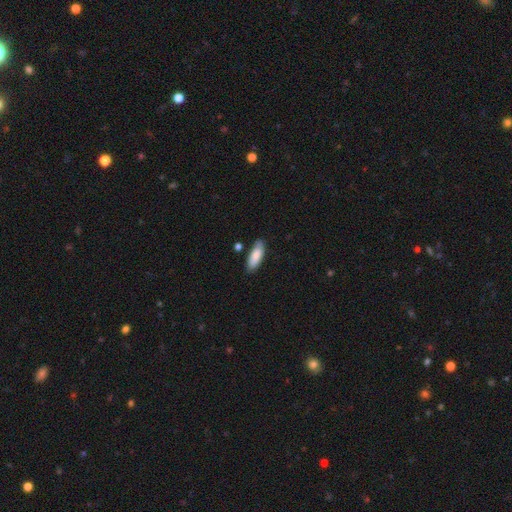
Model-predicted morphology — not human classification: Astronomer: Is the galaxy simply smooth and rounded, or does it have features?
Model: smooth — 84%.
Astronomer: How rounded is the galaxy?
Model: in between — 71%.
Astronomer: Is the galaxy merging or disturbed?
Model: none — 76%.